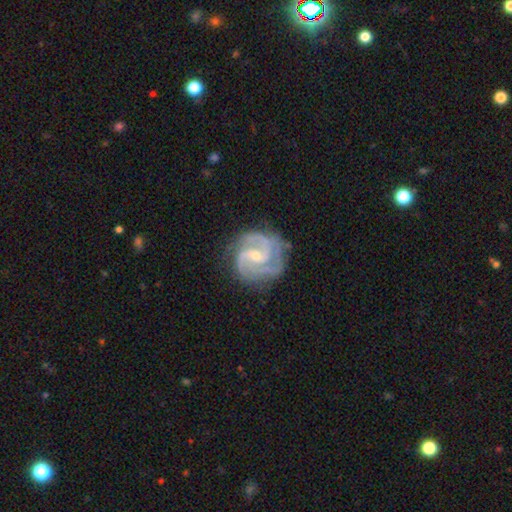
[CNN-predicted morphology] Q: Smooth or featured?
A: featured or disk (92%); runner-up: star or artifact (4%)
Q: Edge-on disk?
A: no (98%); runner-up: yes (2%)
Q: Bar?
A: weak (45%); runner-up: no (39%)
Q: Spiral arms?
A: yes (98%); runner-up: no (2%)
Q: Spiral winding?
A: medium (47%); runner-up: tight (46%)
Q: Spiral arm count?
A: 3 (45%); runner-up: 2 (35%)
Q: Bulge size?
A: small (63%); runner-up: moderate (34%)
Q: Merging?
A: none (78%); runner-up: minor disturbance (16%)